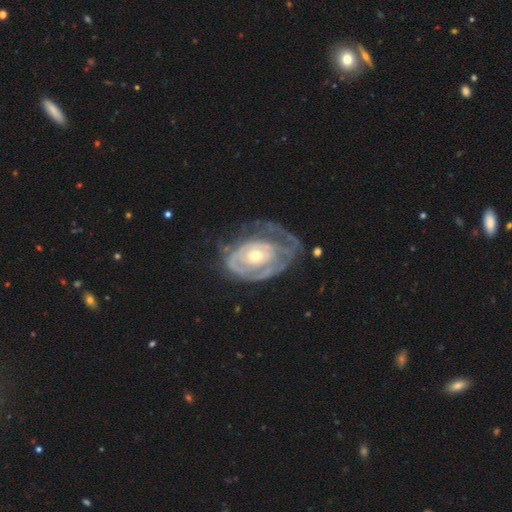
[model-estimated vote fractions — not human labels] smooth_or_featured: featured or disk (p=0.79) [alt: smooth p=0.15]
disk_edge_on: no (p=0.96) [alt: yes p=0.04]
bar: no (p=0.79) [alt: weak p=0.16]
has_spiral_arms: yes (p=0.72) [alt: no p=0.28]
spiral_winding: tight (p=0.68) [alt: medium p=0.21]
spiral_arm_count: can't tell (p=0.49) [alt: 1 p=0.20]
bulge_size: small (p=0.56) [alt: moderate p=0.40]
merging: major disturbance (p=0.37) [alt: none p=0.35]